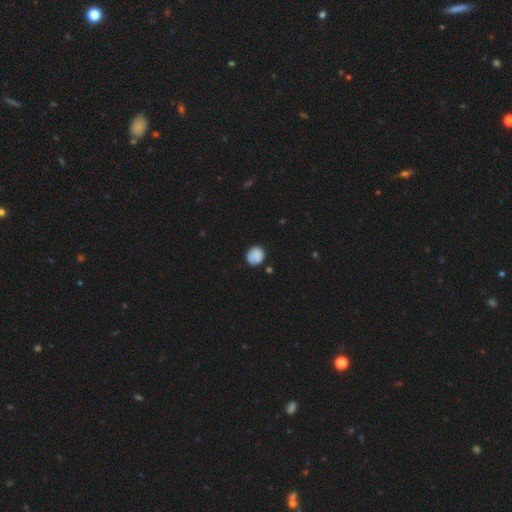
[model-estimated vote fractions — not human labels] This is likely a smooth galaxy (78%). How rounded: likely round (77%). Merging: likely none (69%).